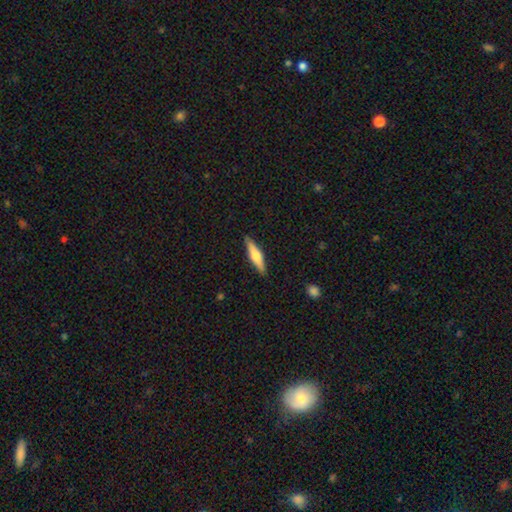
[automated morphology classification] A smooth galaxy with no disk features (47%, tied with featured or disk). Merging: none (89%).